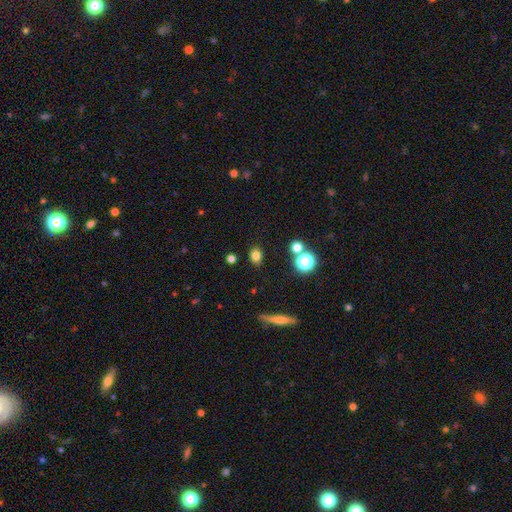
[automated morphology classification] smooth_or_featured: smooth (p=0.78) [alt: star or artifact p=0.15]
how_rounded: in between (p=0.64) [alt: round p=0.34]
merging: none (p=0.82) [alt: minor disturbance p=0.10]